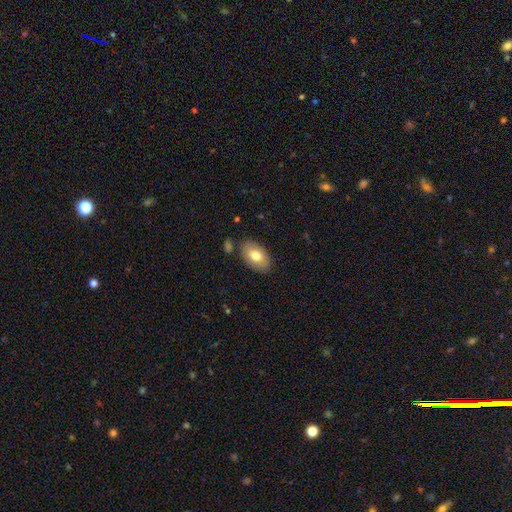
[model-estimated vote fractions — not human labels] Smooth or featured?
  - smooth: 74% *
  - featured or disk: 19%
  - star or artifact: 7%
How rounded?
  - in between: 93% *
  - round: 6%
  - cigar-shaped: 1%
Merging?
  - none: 83% *
  - minor disturbance: 12%
  - merger: 3%
  - major disturbance: 3%